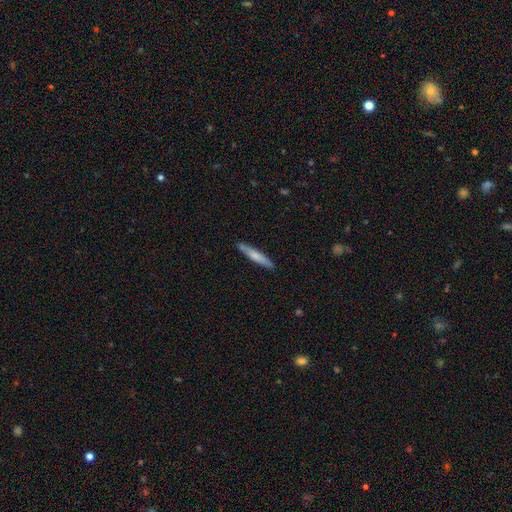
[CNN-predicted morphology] This is likely a smooth galaxy (64%). How rounded: clearly cigar-shaped (93%). Merging: clearly none (85%).